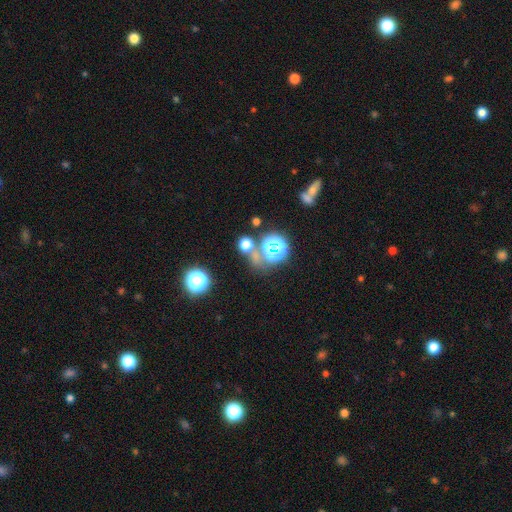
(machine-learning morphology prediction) smooth_or_featured: smooth (p=0.52) [alt: star or artifact p=0.40]
how_rounded: round (p=0.85) [alt: in between p=0.14]
merging: none (p=0.63) [alt: merger p=0.19]